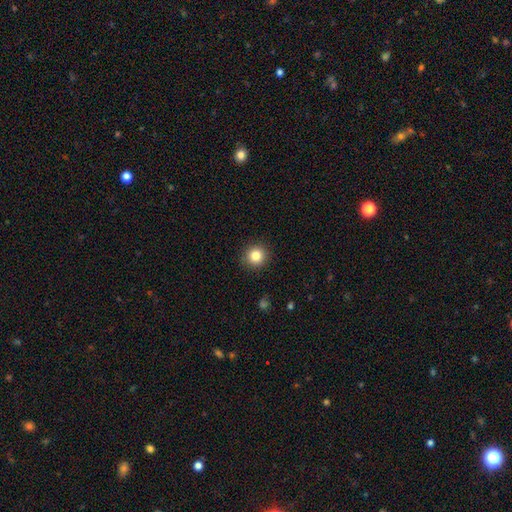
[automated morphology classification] smooth-or-featured: smooth: 84% | star or artifact: 11% | featured or disk: 5%
  how-rounded: round: 93% | in between: 6% | cigar-shaped: 1%
  merging: none: 91% | minor disturbance: 6% | major disturbance: 2% | merger: 1%